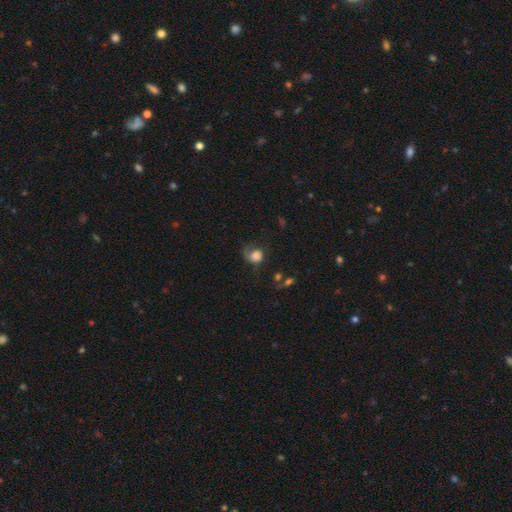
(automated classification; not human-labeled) Smooth or featured? Predicted: smooth (p=0.59). How rounded? Predicted: round (p=0.65). Merging? Predicted: major disturbance (p=0.42).